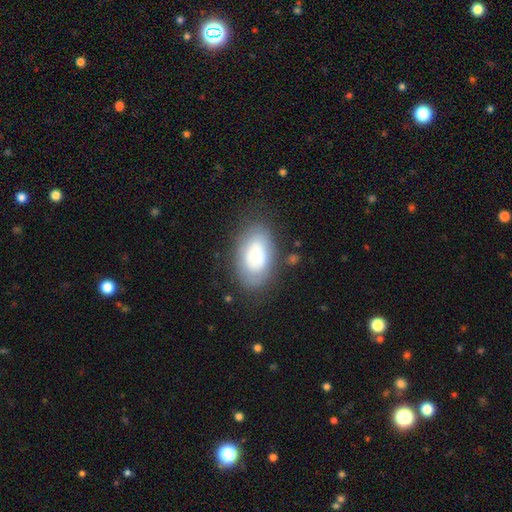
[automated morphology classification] This is possibly a smooth galaxy (52%). How rounded: clearly in between (90%). Merging: likely none (70%).